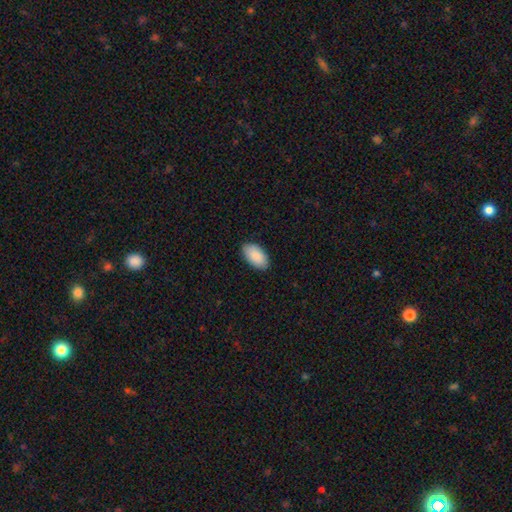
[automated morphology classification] This appears to be a smooth galaxy with no disk features (89%) that is in between round and cigar-shaped (96%). Merging: none (88%).